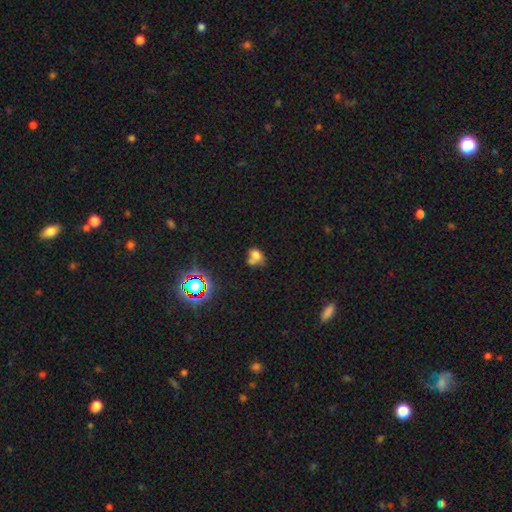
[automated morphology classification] Q: Smooth or featured?
A: smooth (68%); runner-up: star or artifact (17%)
Q: How rounded?
A: in between (57%); runner-up: round (42%)
Q: Merging?
A: merger (40%); runner-up: none (33%)